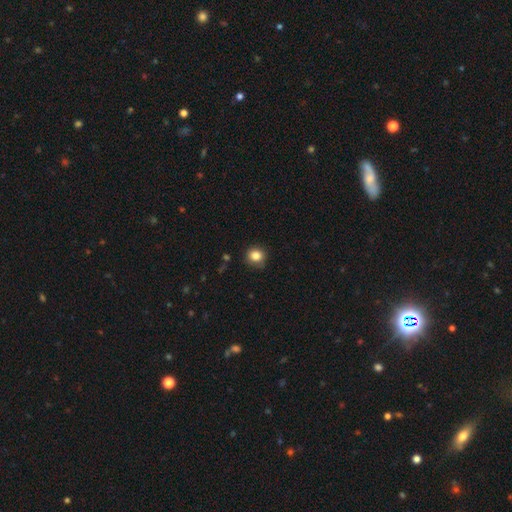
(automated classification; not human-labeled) This is clearly a smooth galaxy (84%). How rounded: clearly round (82%). Merging: clearly none (83%).